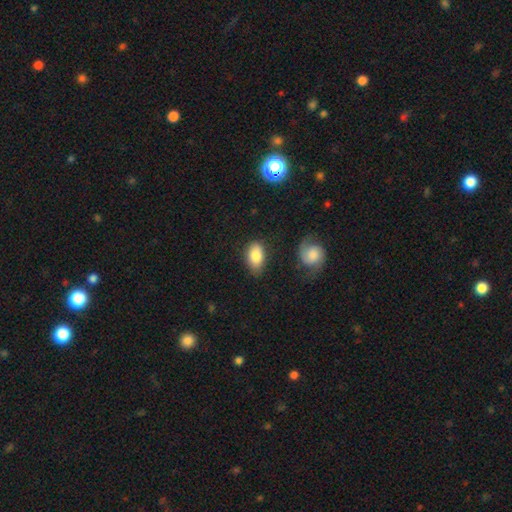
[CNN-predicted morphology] Overall: smooth (83%). How rounded: in between (91%). Merging: none (72%).